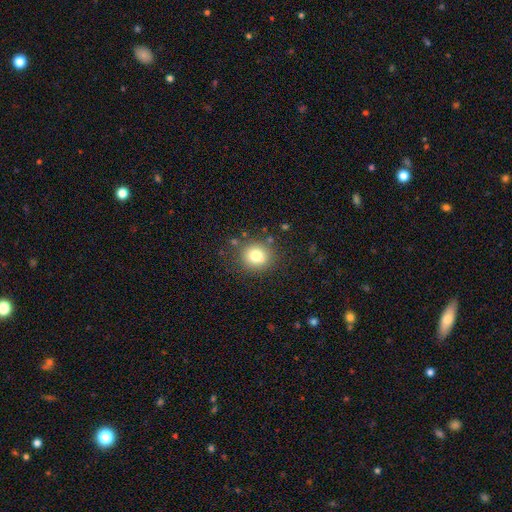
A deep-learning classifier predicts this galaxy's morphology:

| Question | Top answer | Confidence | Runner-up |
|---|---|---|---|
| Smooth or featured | smooth | 77% | star or artifact (12%) |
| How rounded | round | 85% | in between (14%) |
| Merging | none | 81% | minor disturbance (11%) |